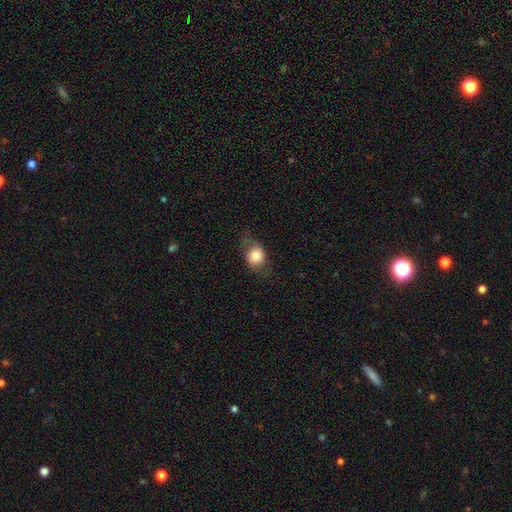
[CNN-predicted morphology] Smooth or featured?
  - smooth: 71% *
  - featured or disk: 20%
  - star or artifact: 8%
How rounded?
  - round: 58% *
  - in between: 40%
  - cigar-shaped: 1%
Merging?
  - none: 65% *
  - minor disturbance: 22%
  - major disturbance: 12%
  - merger: 1%